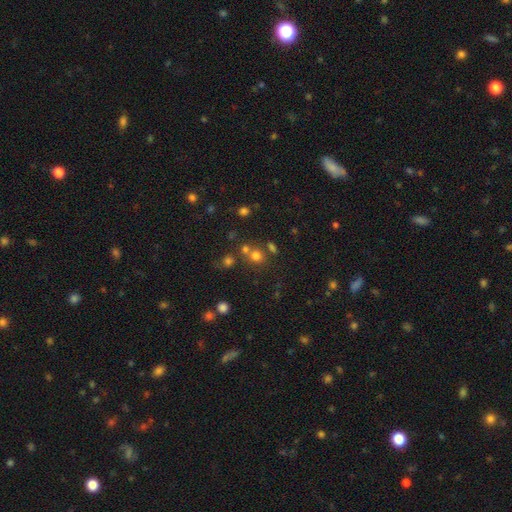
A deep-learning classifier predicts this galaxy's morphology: type=smooth (70%); roundness=round (77%); merging=none (61%).